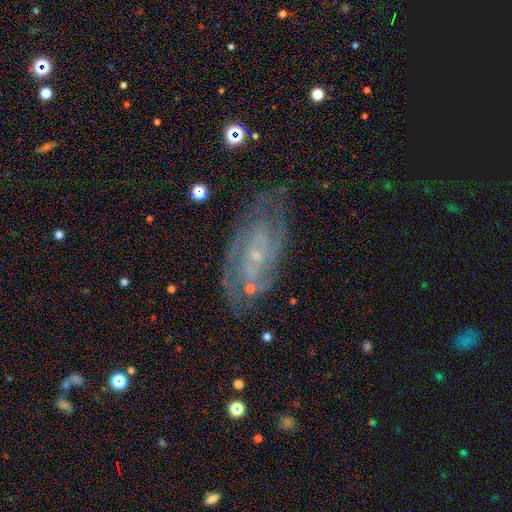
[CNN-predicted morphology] smooth_or_featured: featured or disk (p=0.81) [alt: smooth p=0.10]
disk_edge_on: no (p=0.93) [alt: yes p=0.07]
bar: no (p=0.60) [alt: weak p=0.32]
has_spiral_arms: yes (p=0.93) [alt: no p=0.07]
spiral_winding: tight (p=0.60) [alt: medium p=0.32]
spiral_arm_count: 2 (p=0.35) [alt: can't tell p=0.33]
bulge_size: small (p=0.82) [alt: moderate p=0.10]
merging: none (p=0.76) [alt: minor disturbance p=0.16]